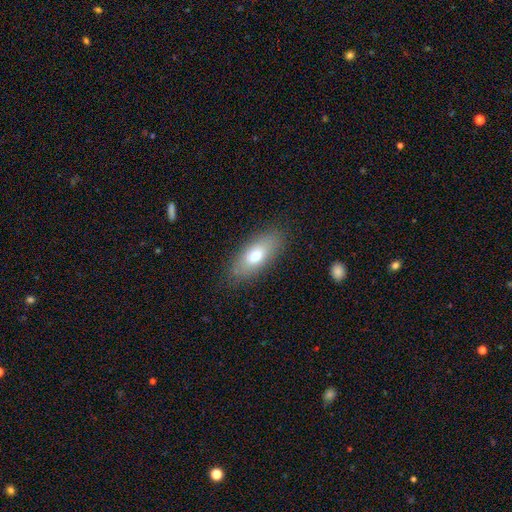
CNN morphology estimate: Smooth or featured? Predicted: smooth (p=0.69). How rounded? Predicted: in between (p=0.80). Merging? Predicted: none (p=0.82).